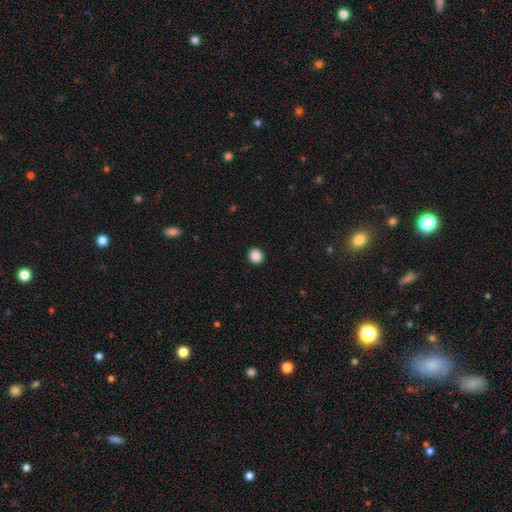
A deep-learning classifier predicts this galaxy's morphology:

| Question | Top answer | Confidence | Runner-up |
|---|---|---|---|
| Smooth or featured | smooth | 87% | star or artifact (10%) |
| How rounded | round | 87% | in between (12%) |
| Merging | none | 93% | minor disturbance (4%) |